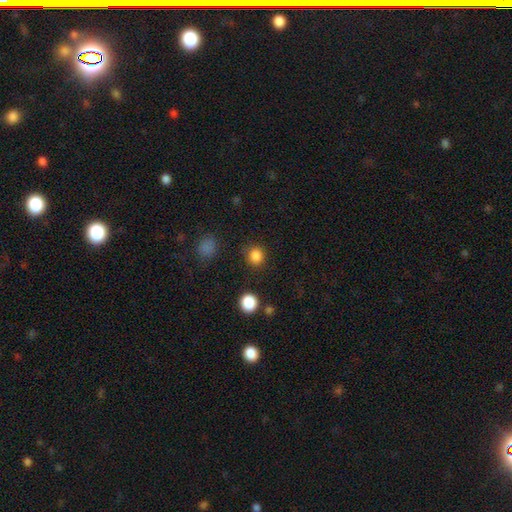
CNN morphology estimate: Smooth or featured? Predicted: smooth (p=0.84). How rounded? Predicted: round (p=0.88). Merging? Predicted: none (p=0.87).